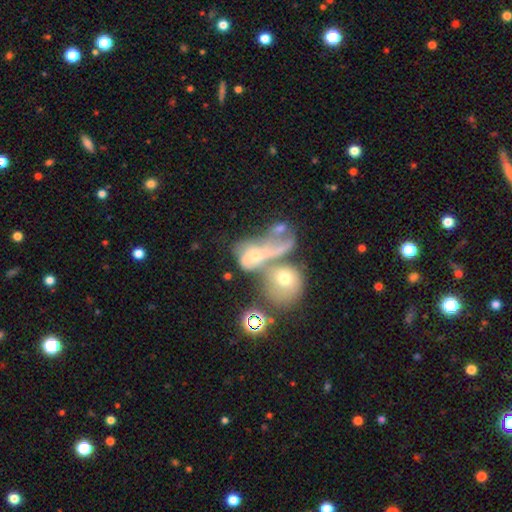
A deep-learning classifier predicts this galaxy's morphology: Smooth or featured: featured or disk — 42% (smooth — 41%)
Merging: merger — 59% (major disturbance — 19%)